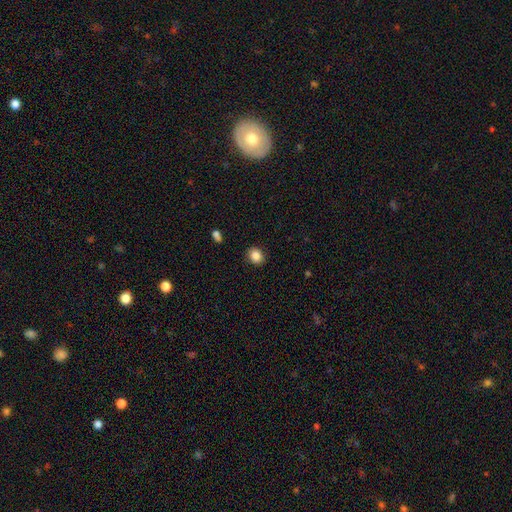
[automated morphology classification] A smooth galaxy with no disk features (86%) that is round (58%).

Vote fractions:
- Smooth or featured? smooth: 86% / star or artifact: 9% / featured or disk: 5%
- How rounded? round: 58% / in between: 41% / cigar-shaped: 1%
- Merging? none: 89% / minor disturbance: 8% / major disturbance: 2% / merger: 1%